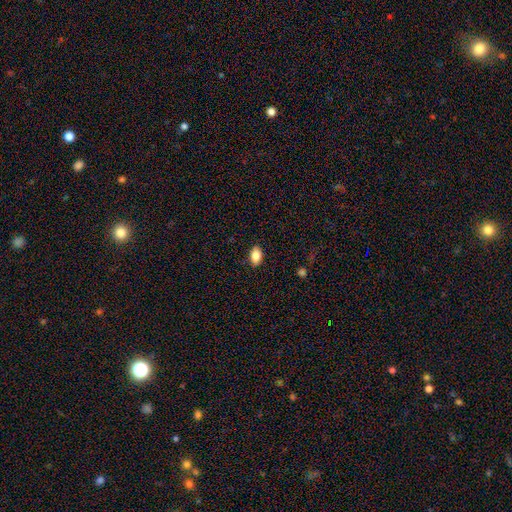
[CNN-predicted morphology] Q: Smooth or featured?
A: smooth (87%); runner-up: star or artifact (8%)
Q: How rounded?
A: in between (91%); runner-up: round (8%)
Q: Merging?
A: none (87%); runner-up: minor disturbance (10%)